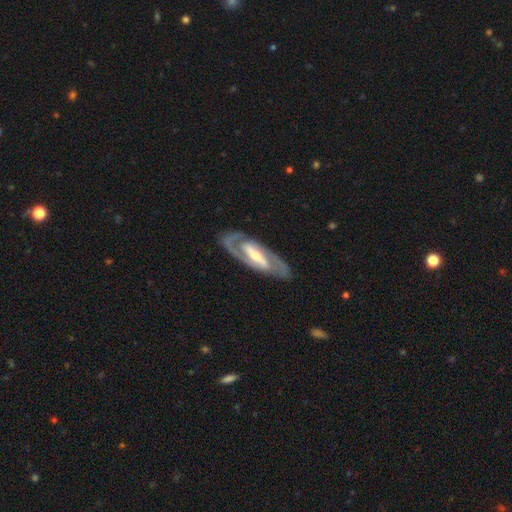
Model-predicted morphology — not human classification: featured or disk 89%, smooth 7%, star or artifact 4%. Down the decision tree: edge-on disk — no (92%); bar — strong (62%); spiral arms — yes (93%); spiral arm count — 2 (90%); spiral winding — medium (47%); bulge size — moderate (47%); merging — none (84%).